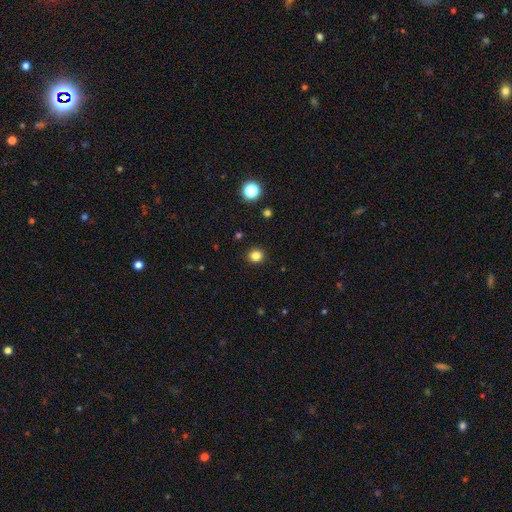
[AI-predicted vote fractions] This is clearly a smooth galaxy (83%). How rounded: clearly round (90%). Merging: clearly none (92%).